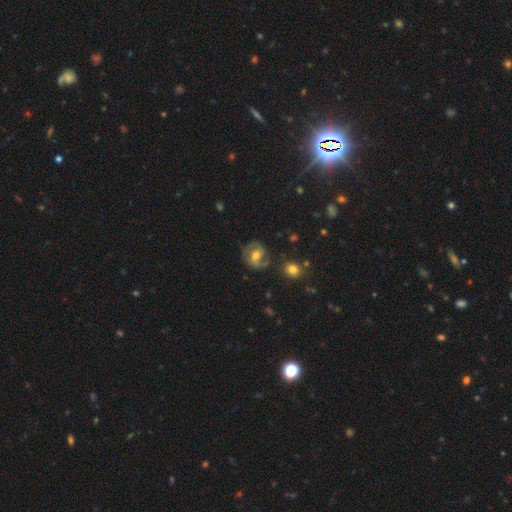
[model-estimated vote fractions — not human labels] A featured or disk galaxy (71%) with a weak bar (45%), 2 (84%) medium (51%) spiral arms (87%) and a moderate central bulge (70%). Merging: none (73%).